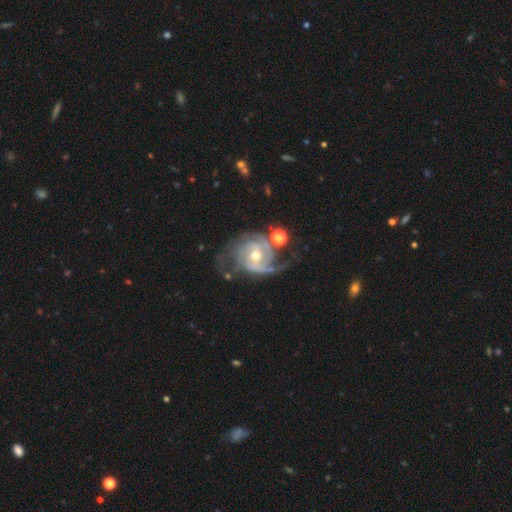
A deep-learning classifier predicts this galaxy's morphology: Overall: featured or disk (88%). Edge-on disk: no (97%). Bar: no (54%; weak 34%). Spiral arms: yes (96%). Spiral arm count: 2 (50%; 3 19%). Spiral winding: medium (44%; tight 37%). Bulge size: moderate (59%; small 37%). Merging: none (51%; major disturbance 22%).